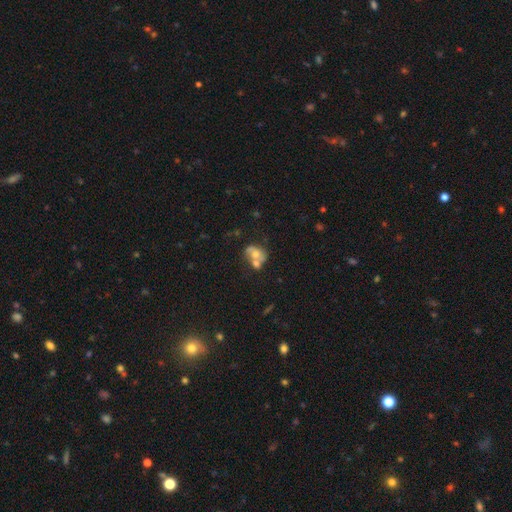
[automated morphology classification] smooth_or_featured: smooth (p=0.45) [tied with: featured or disk p=0.45]
merging: merger (p=0.50) [alt: none p=0.28]